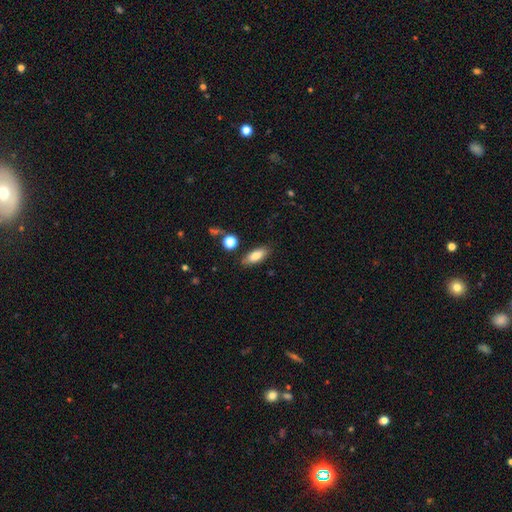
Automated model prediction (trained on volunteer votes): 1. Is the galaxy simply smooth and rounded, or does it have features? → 81% smooth, 11% featured or disk, 8% star or artifact.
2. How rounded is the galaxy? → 77% in between, 20% cigar-shaped, 3% round.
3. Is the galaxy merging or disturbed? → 82% none, 12% minor disturbance, 3% merger, 3% major disturbance.